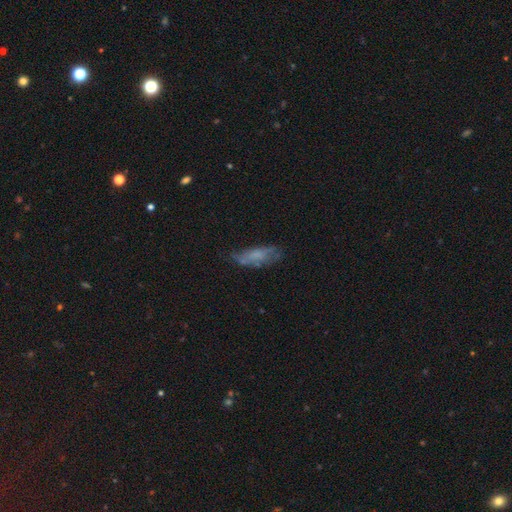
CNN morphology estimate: Overall: smooth (58%; featured or disk 32%). How rounded: in between (57%; cigar-shaped 41%). Merging: none (54%; minor disturbance 29%).